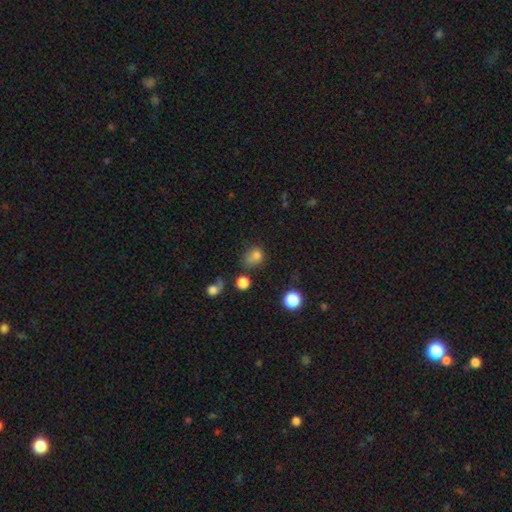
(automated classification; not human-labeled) Q: Smooth or featured?
A: smooth (75%); runner-up: star or artifact (16%)
Q: How rounded?
A: round (59%); runner-up: in between (39%)
Q: Merging?
A: none (45%); runner-up: minor disturbance (26%)